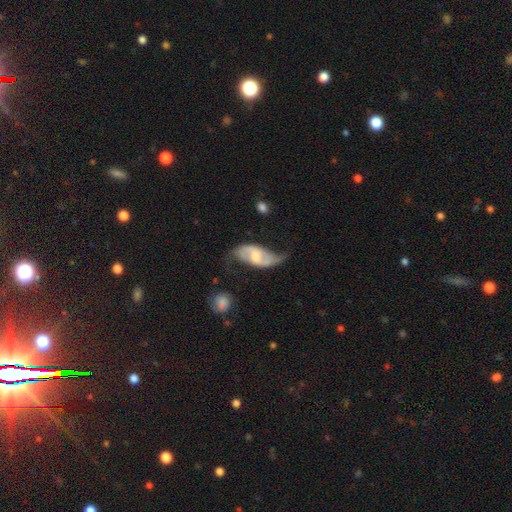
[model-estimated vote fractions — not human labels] Smooth or featured? Predicted: featured or disk (p=0.80). Edge-on disk? Predicted: no (p=0.95). Bar? Predicted: weak (p=0.46). Spiral arms? Predicted: yes (p=0.92). Spiral winding? Predicted: loose (p=0.64). Spiral arm count? Predicted: 2 (p=0.89). Bulge size? Predicted: moderate (p=0.60). Merging? Predicted: none (p=0.50).